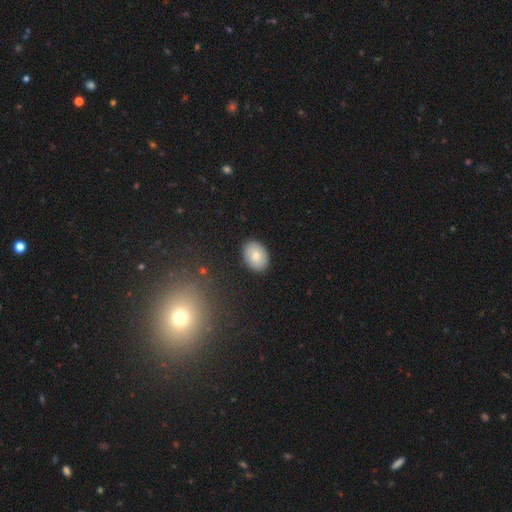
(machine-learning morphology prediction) smooth-or-featured: smooth: 79% | featured or disk: 13% | star or artifact: 8%
  how-rounded: in between: 78% | round: 21% | cigar-shaped: 1%
  merging: none: 88% | minor disturbance: 8% | major disturbance: 2% | merger: 1%